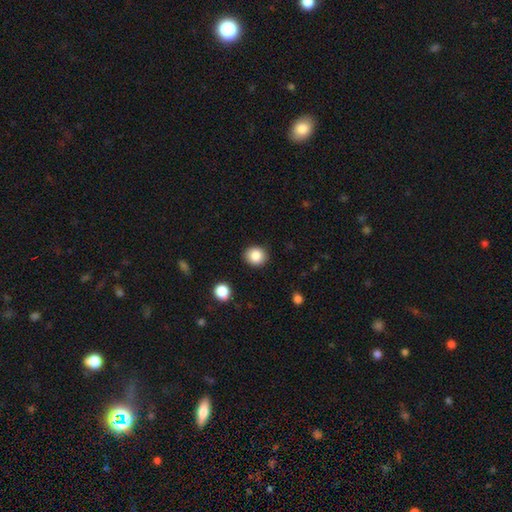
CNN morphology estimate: Q: Smooth or featured?
A: smooth (85%); runner-up: star or artifact (9%)
Q: How rounded?
A: round (80%); runner-up: in between (19%)
Q: Merging?
A: none (90%); runner-up: minor disturbance (7%)